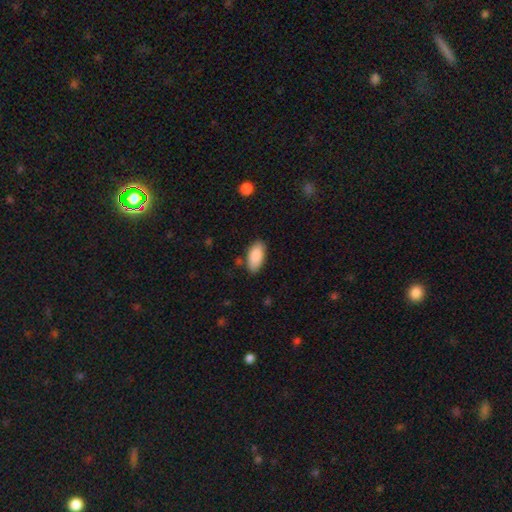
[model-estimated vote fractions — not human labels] Smooth or featured? smooth (89%)
How rounded? in between (92%)
Merging? none (81%)